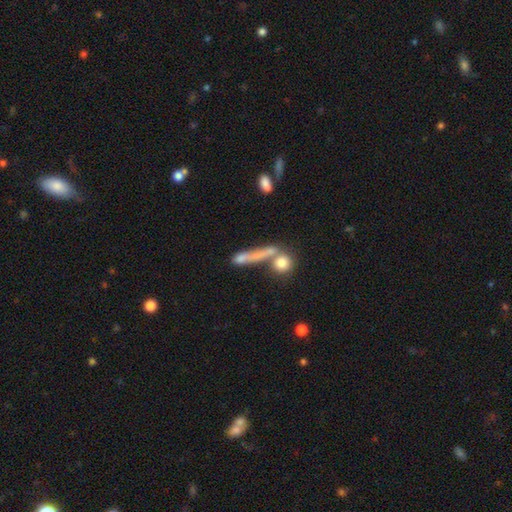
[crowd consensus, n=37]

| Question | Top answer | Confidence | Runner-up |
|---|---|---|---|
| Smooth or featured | smooth | 51% | featured or disk (46%) |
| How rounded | cigar-shaped | 84% | round (11%) |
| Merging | merger | 39% | none (36%) |